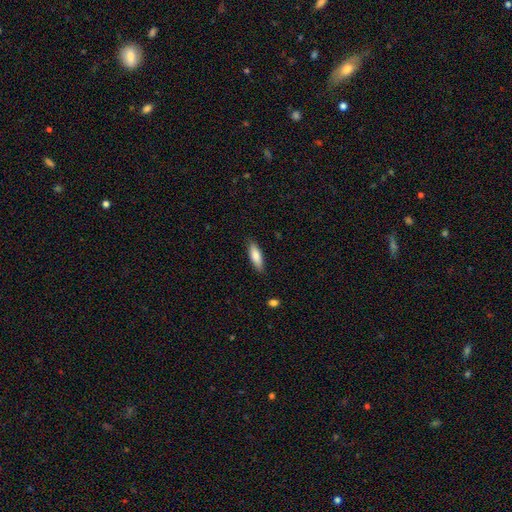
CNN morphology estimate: smooth-or-featured: smooth: 79% | featured or disk: 15% | star or artifact: 6%
  how-rounded: in between: 50% | cigar-shaped: 49% | round: 2%
  merging: none: 86% | minor disturbance: 11% | major disturbance: 2% | merger: 1%